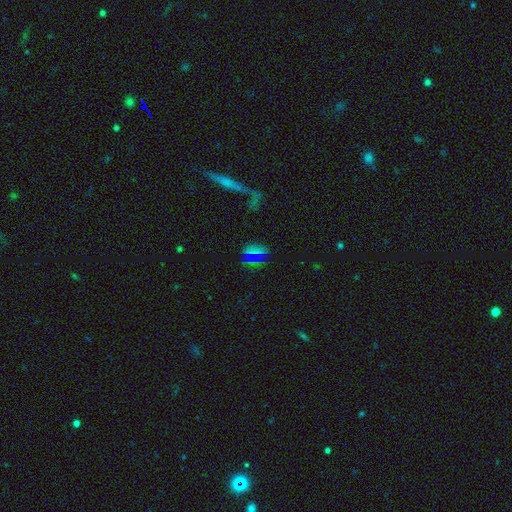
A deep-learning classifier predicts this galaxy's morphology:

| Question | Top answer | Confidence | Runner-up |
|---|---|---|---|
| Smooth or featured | smooth | 45% | star or artifact (42%) |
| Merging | none | 68% | minor disturbance (16%) |